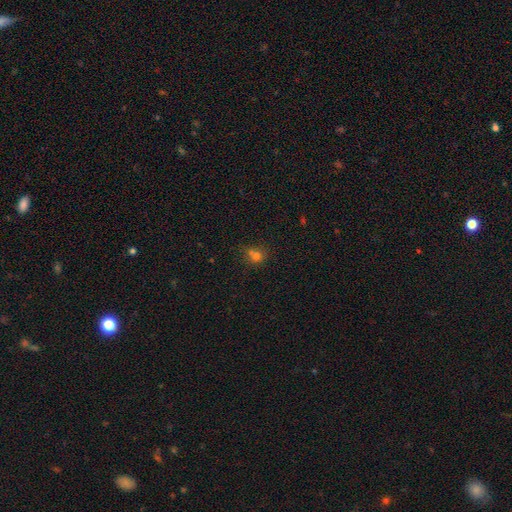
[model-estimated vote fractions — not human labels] Morphology: type=smooth (69%); roundness=round (74%); merging=none (46%).